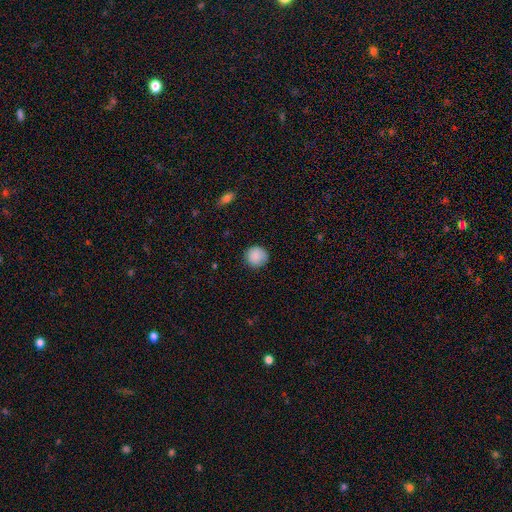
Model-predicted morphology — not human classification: Smooth or featured: smooth — 88% (star or artifact — 8%)
How rounded: round — 93% (in between — 6%)
Merging: none — 86% (minor disturbance — 11%)